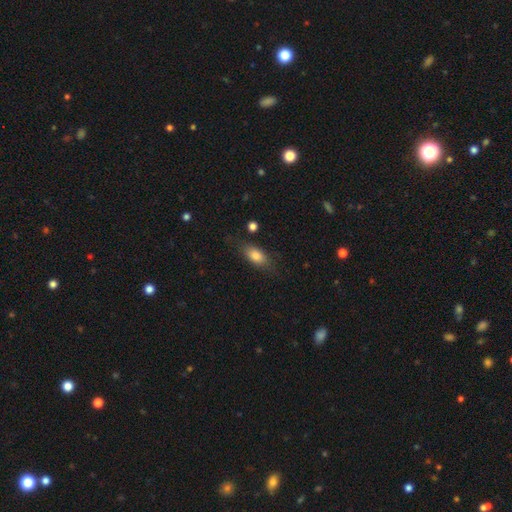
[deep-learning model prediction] smooth 79%, featured or disk 13%, star or artifact 8%. Down the decision tree: how rounded — in between (83%); merging — none (72%).